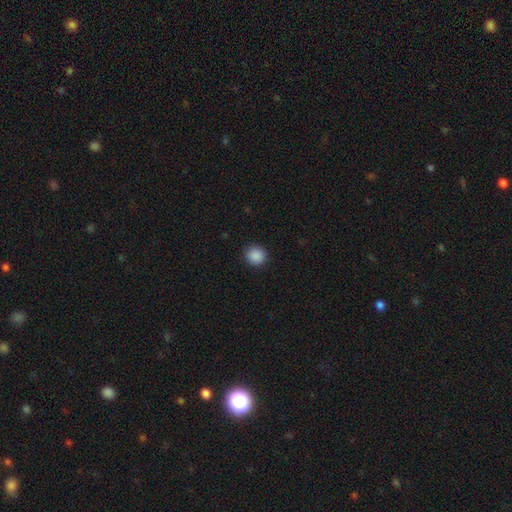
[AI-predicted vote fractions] A smooth galaxy with no disk features (89%) that is round (88%).

Vote fractions:
- Smooth or featured? smooth: 89% / star or artifact: 9% / featured or disk: 2%
- How rounded? round: 88% / in between: 11% / cigar-shaped: 1%
- Merging? none: 91% / minor disturbance: 6% / major disturbance: 2% / merger: 1%